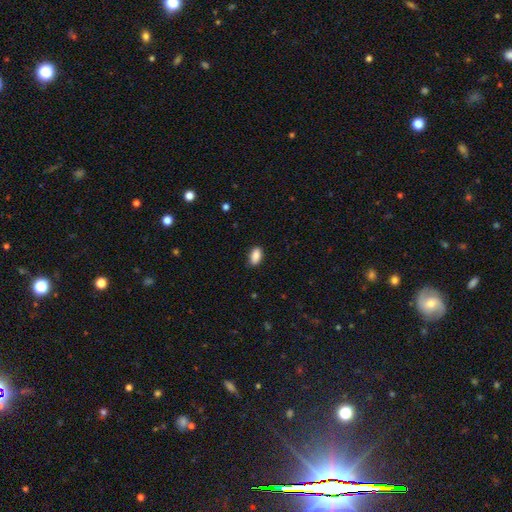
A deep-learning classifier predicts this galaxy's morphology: This is clearly a smooth galaxy (89%). How rounded: clearly in between (92%). Merging: clearly none (85%).